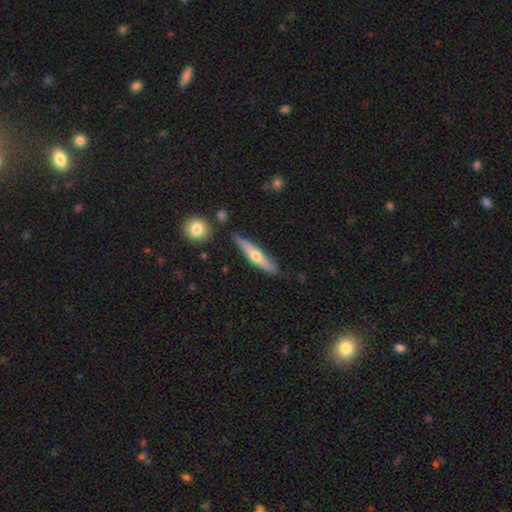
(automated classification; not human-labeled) A featured or disk galaxy (49%).

Vote fractions:
- Smooth or featured? featured or disk: 49% / smooth: 45% / star or artifact: 6%
- Merging? none: 80% / minor disturbance: 14% / merger: 3% / major disturbance: 3%